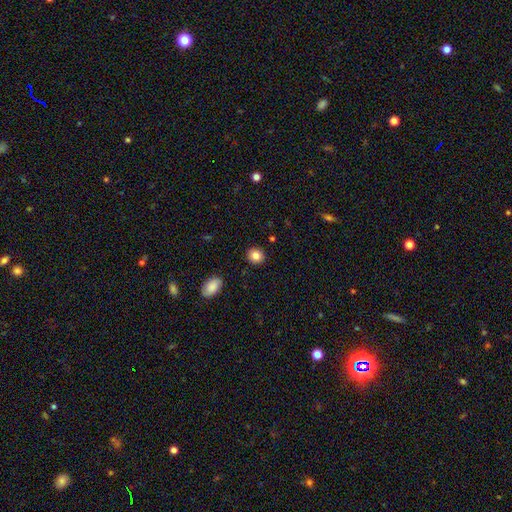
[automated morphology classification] Q: Smooth or featured?
A: smooth (83%); runner-up: star or artifact (10%)
Q: How rounded?
A: round (80%); runner-up: in between (19%)
Q: Merging?
A: none (90%); runner-up: minor disturbance (6%)